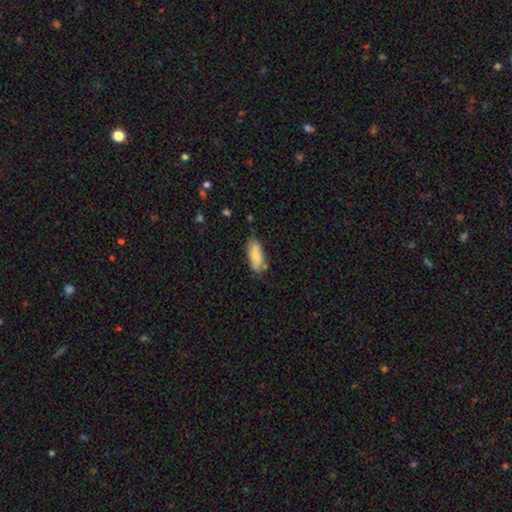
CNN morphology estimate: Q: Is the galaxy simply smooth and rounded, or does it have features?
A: smooth — 80%.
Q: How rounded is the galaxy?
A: in between — 79%.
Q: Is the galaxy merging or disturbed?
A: none — 66%.